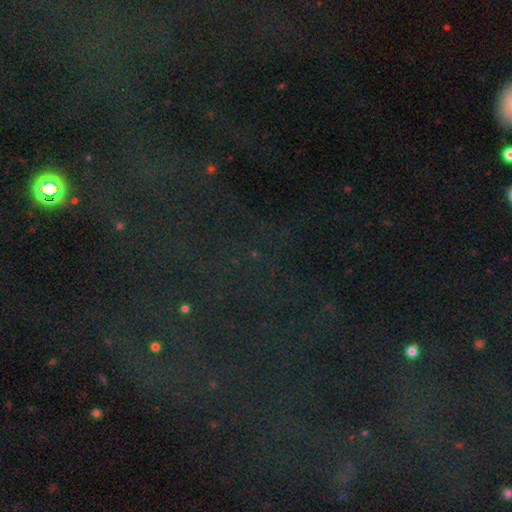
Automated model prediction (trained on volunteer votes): Overall: star or artifact (80%).